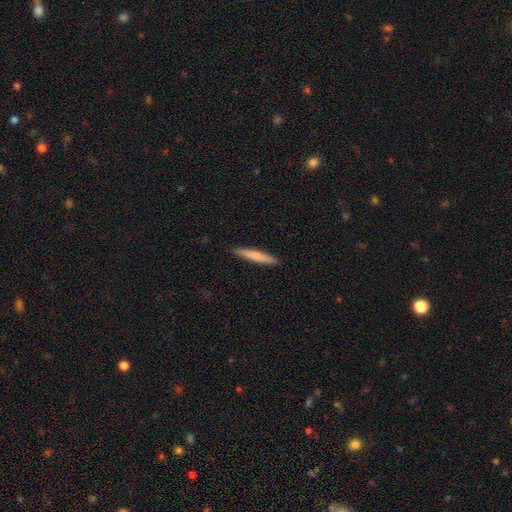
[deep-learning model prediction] Overall: smooth (73%). How rounded: cigar-shaped (94%). Merging: none (91%).